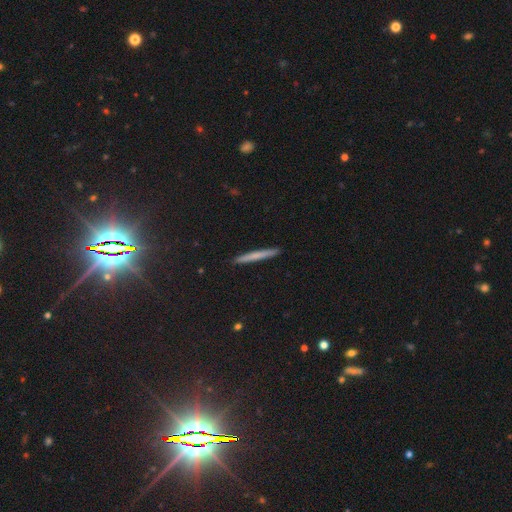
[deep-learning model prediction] A smooth galaxy with no disk features (65%) that is cigar-shaped (97%). Merging: none (92%).